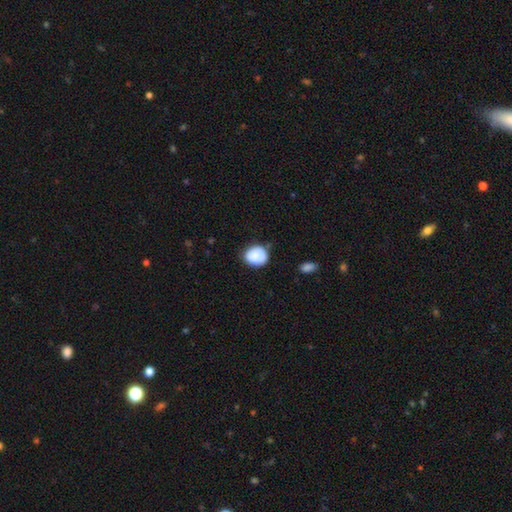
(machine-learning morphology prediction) Smooth or featured: smooth — 82% (featured or disk — 10%)
How rounded: round — 64% (in between — 35%)
Merging: none — 67% (minor disturbance — 25%)